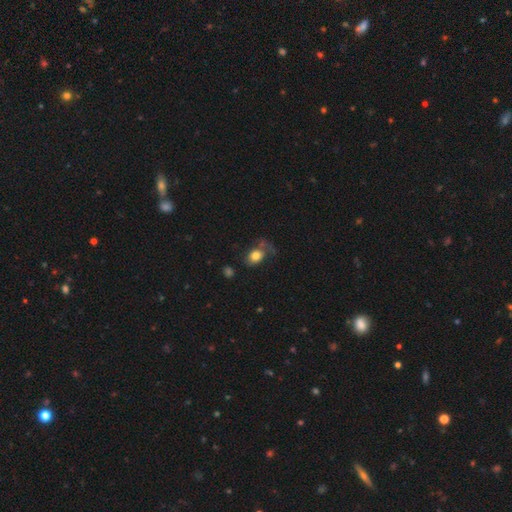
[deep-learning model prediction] A smooth galaxy with no disk features (76%) that is in between round and cigar-shaped (57%). Merging: none (46%).